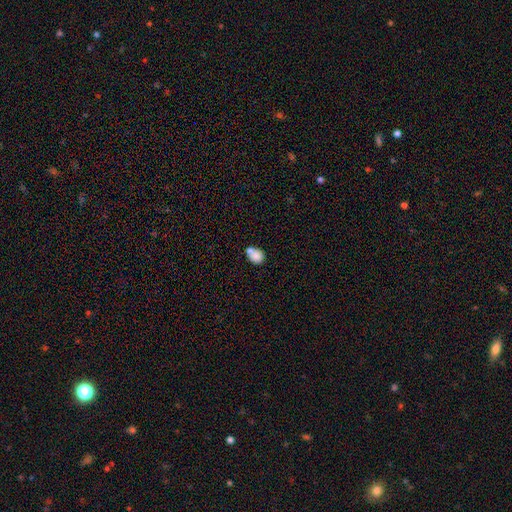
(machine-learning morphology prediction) Overall: smooth (81%). How rounded: round (57%; in between 42%). Merging: merger (43%; none 39%).